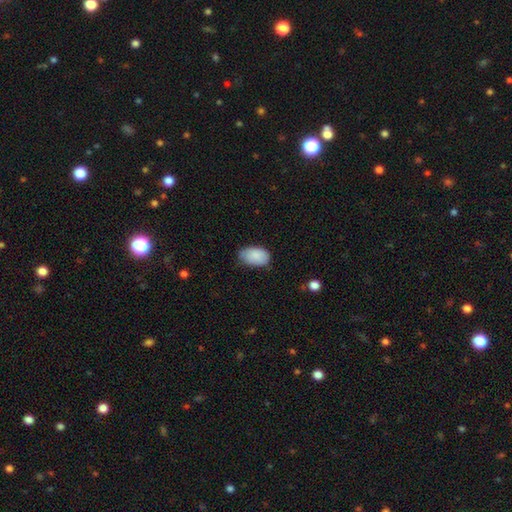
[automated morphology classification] Smooth or featured: smooth — 87% (star or artifact — 7%)
How rounded: in between — 92% (round — 6%)
Merging: none — 66% (minor disturbance — 28%)